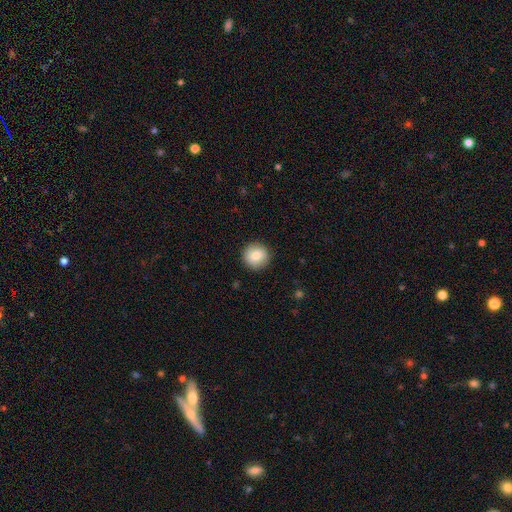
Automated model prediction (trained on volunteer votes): Morphology: type=smooth (83%); roundness=round (94%); merging=none (91%).